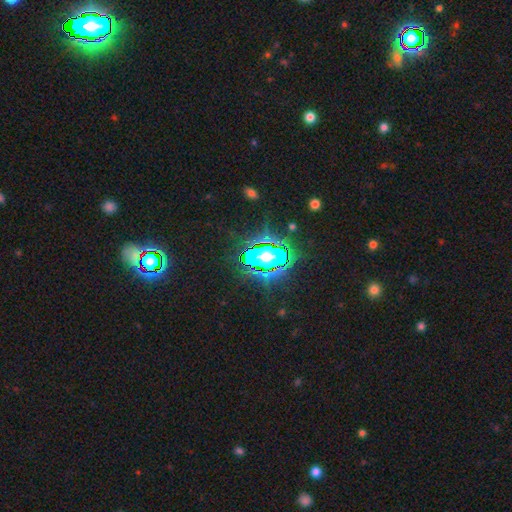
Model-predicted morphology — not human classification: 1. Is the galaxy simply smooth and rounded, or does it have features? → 60% star or artifact, 23% smooth, 17% featured or disk.